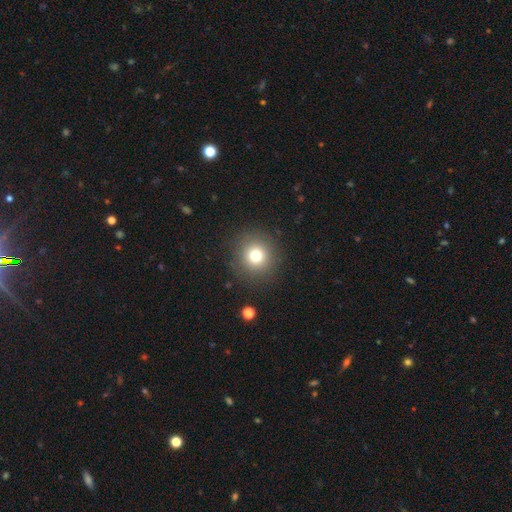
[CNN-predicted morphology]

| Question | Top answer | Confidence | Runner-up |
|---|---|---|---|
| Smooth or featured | smooth | 76% | star or artifact (14%) |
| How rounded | round | 94% | in between (5%) |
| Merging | none | 89% | minor disturbance (7%) |